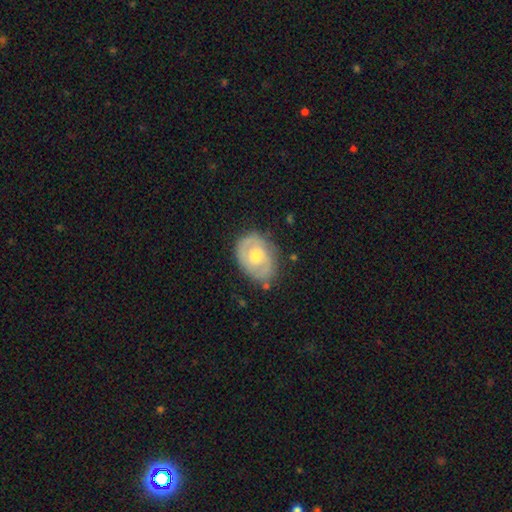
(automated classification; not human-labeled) smooth_or_featured: featured or disk (p=0.57) [alt: smooth p=0.37]
disk_edge_on: no (p=0.94) [alt: yes p=0.06]
bar: no (p=0.71) [alt: weak p=0.24]
has_spiral_arms: yes (p=0.57) [alt: no p=0.43]
bulge_size: moderate (p=0.68) [alt: small p=0.25]
merging: none (p=0.71) [alt: minor disturbance p=0.21]